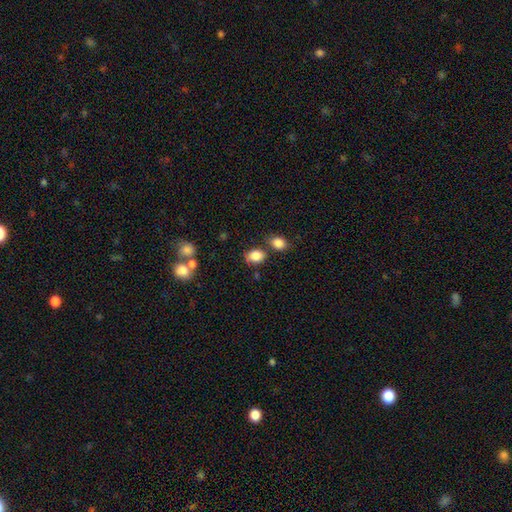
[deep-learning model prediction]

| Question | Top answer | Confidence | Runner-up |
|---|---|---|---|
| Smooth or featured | smooth | 85% | star or artifact (9%) |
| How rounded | in between | 66% | round (32%) |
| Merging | none | 64% | merger (17%) |